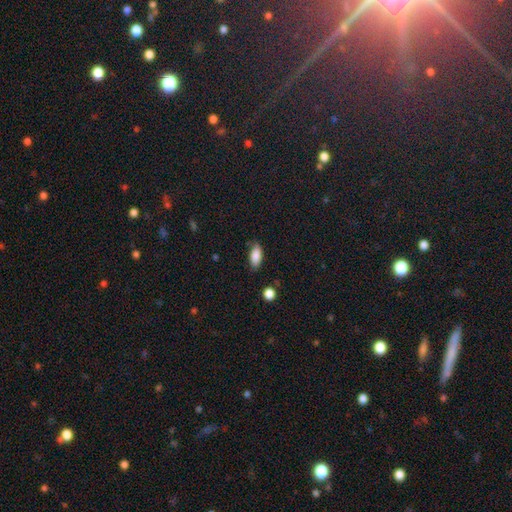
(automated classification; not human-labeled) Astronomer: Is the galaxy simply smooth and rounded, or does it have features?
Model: smooth — 86%.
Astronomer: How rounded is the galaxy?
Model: in between — 87%.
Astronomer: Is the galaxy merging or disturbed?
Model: none — 78%.